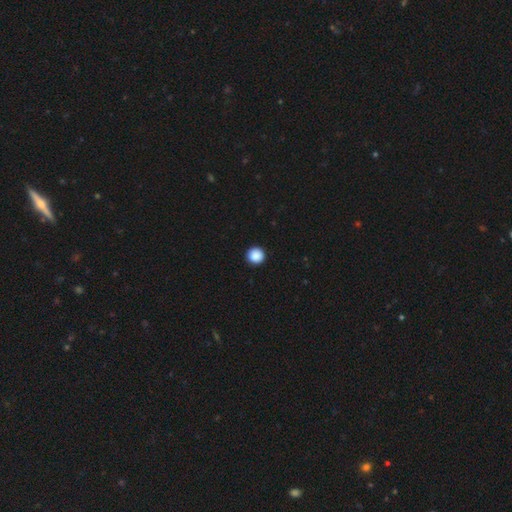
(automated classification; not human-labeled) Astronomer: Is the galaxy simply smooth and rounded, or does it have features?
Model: smooth — 89%.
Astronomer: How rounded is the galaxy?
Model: round — 95%.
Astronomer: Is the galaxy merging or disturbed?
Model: none — 94%.